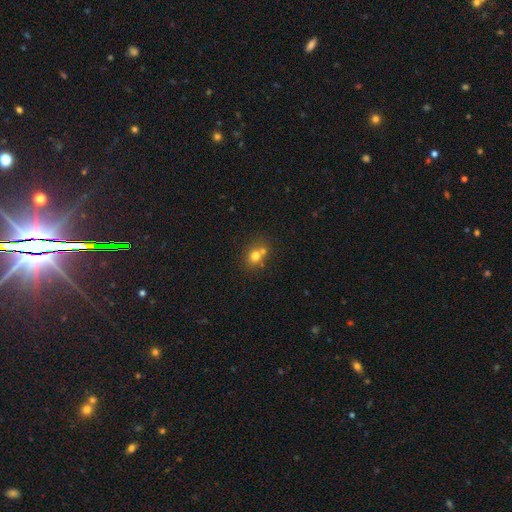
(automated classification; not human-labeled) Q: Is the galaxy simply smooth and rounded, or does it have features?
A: smooth — 72%.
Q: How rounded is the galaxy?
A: round — 75%.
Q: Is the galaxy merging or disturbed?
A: none — 47%.